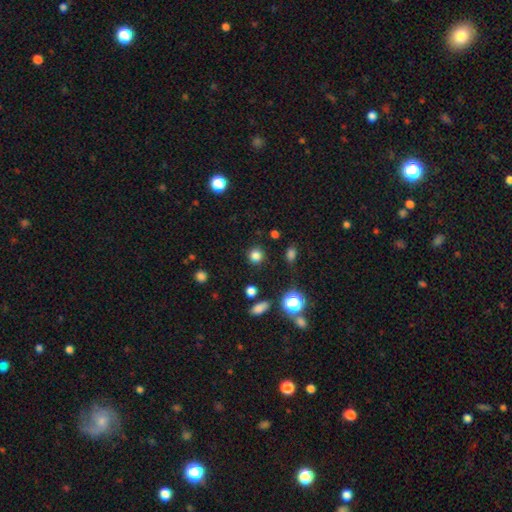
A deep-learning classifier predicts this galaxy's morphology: type=smooth (80%); roundness=round (92%); merging=none (88%).